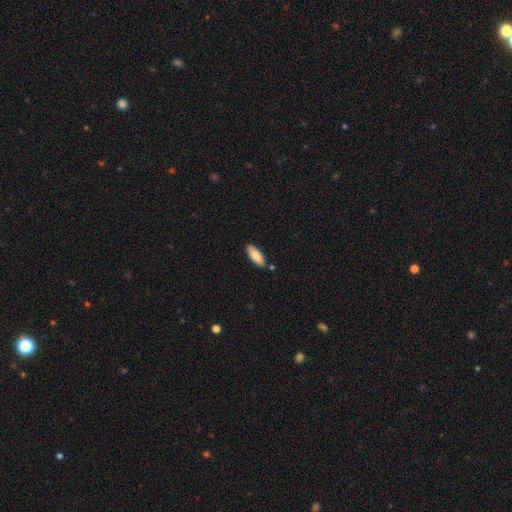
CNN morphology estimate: Smooth or featured? smooth (83%)
How rounded? in between (80%)
Merging? none (84%)